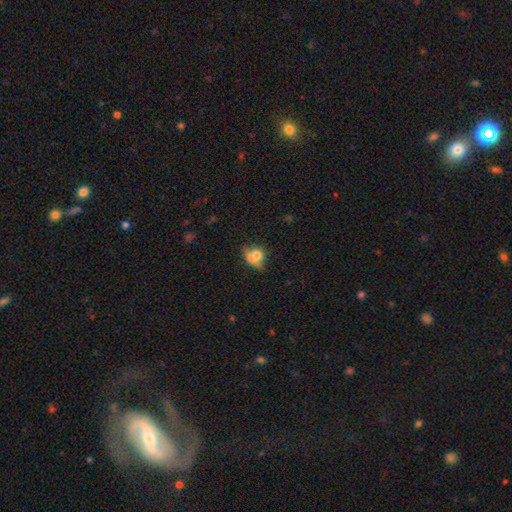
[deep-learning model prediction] A smooth galaxy with no disk features (65%) that is round (50%).

Vote fractions:
- Smooth or featured? smooth: 65% / featured or disk: 23% / star or artifact: 11%
- How rounded? round: 50% / in between: 46% / cigar-shaped: 4%
- Merging? none: 35% / merger: 34% / minor disturbance: 18% / major disturbance: 13%